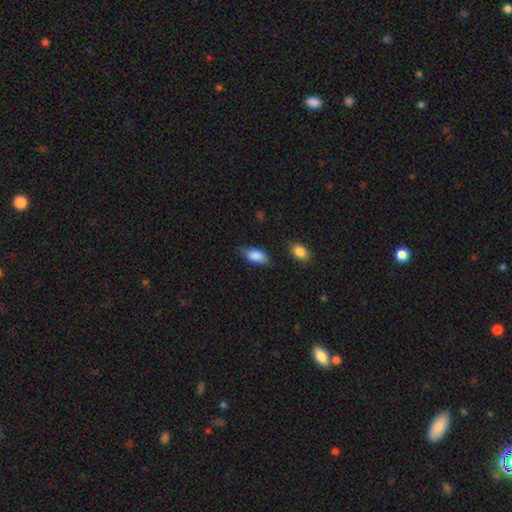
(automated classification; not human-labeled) smooth 86%, featured or disk 8%, star or artifact 7%. Down the decision tree: how rounded — in between (89%); merging — none (64%).